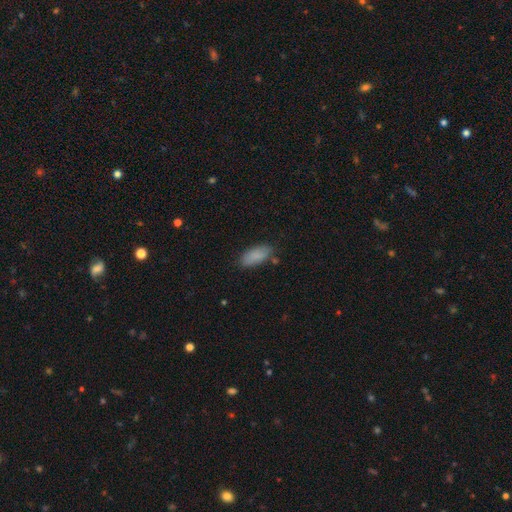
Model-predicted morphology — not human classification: The model was most divided on "merging": none: 77%, minor disturbance: 16%, major disturbance: 3%, merger: 3%. More confident: how rounded — in between (87%); smooth or featured — smooth (86%).